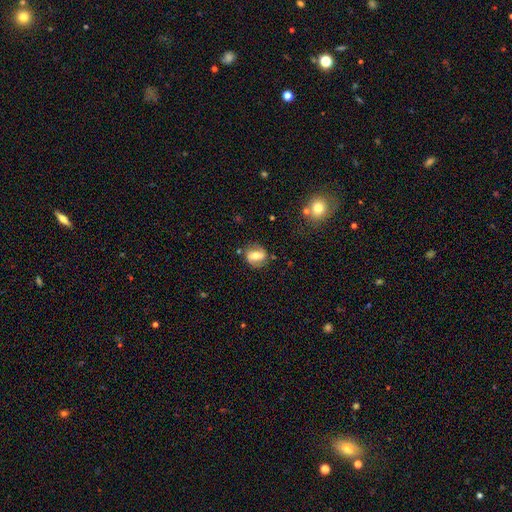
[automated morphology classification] smooth_or_featured: featured or disk (p=0.60) [alt: smooth p=0.32]
disk_edge_on: no (p=0.95) [alt: yes p=0.05]
bar: strong (p=0.41) [alt: weak p=0.36]
has_spiral_arms: yes (p=0.81) [alt: no p=0.19]
bulge_size: moderate (p=0.61) [alt: small p=0.25]
merging: none (p=0.76) [alt: minor disturbance p=0.16]